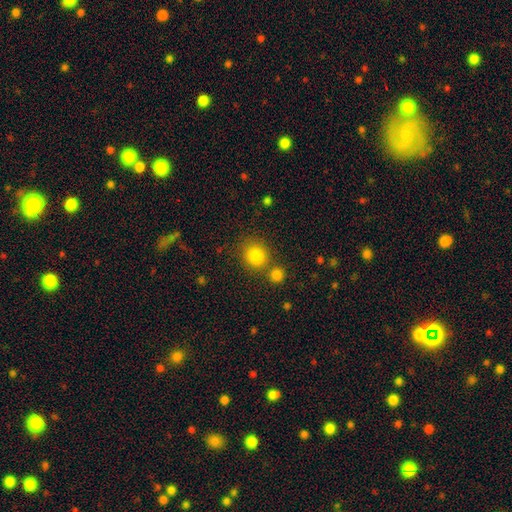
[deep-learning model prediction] Q: Smooth or featured?
A: smooth (83%); runner-up: star or artifact (12%)
Q: How rounded?
A: round (83%); runner-up: in between (16%)
Q: Merging?
A: none (69%); runner-up: merger (18%)